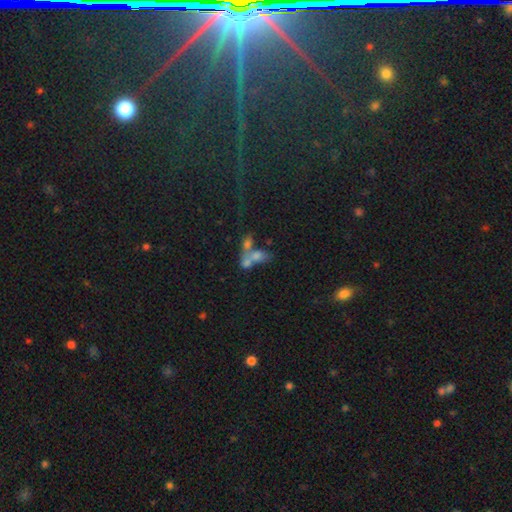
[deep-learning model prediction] A smooth galaxy with no disk features (60%) that is in between round and cigar-shaped (73%). Merging: merger (69%).